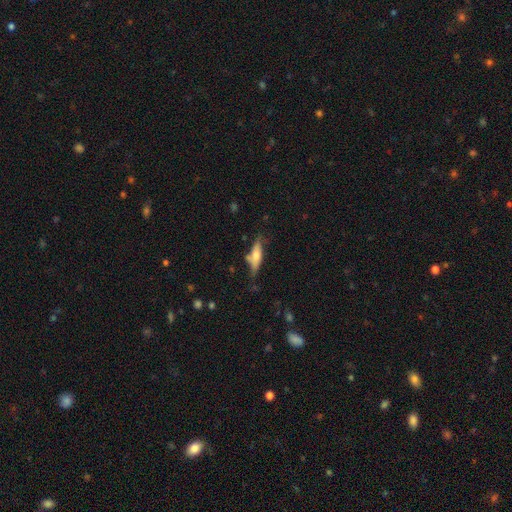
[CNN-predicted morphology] Smooth or featured? smooth (57%)
How rounded? cigar-shaped (54%)
Merging? none (59%)